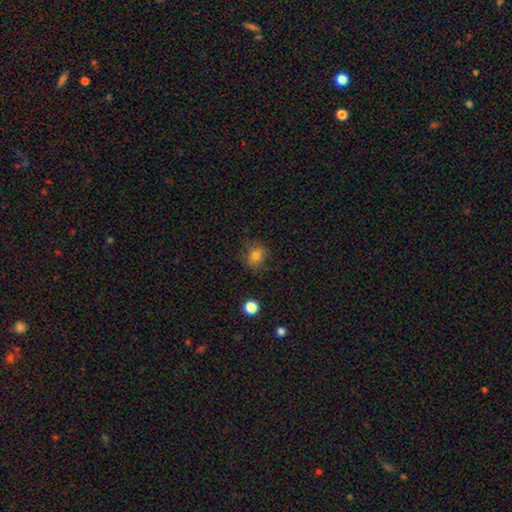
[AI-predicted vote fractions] Smooth or featured: smooth — 78% (star or artifact — 13%)
How rounded: round — 71% (in between — 28%)
Merging: none — 76% (minor disturbance — 17%)